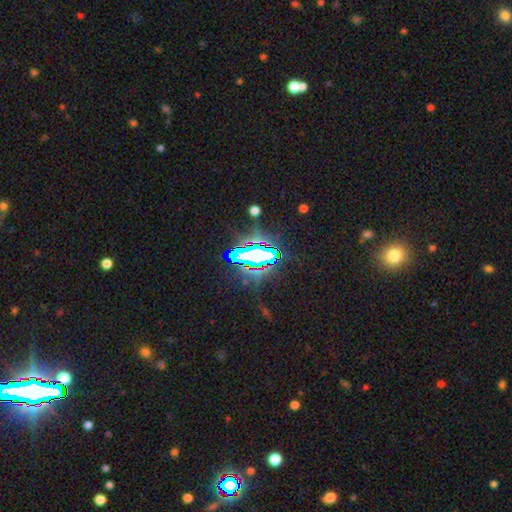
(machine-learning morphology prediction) Q: Smooth or featured?
A: star or artifact (75%); runner-up: smooth (14%)